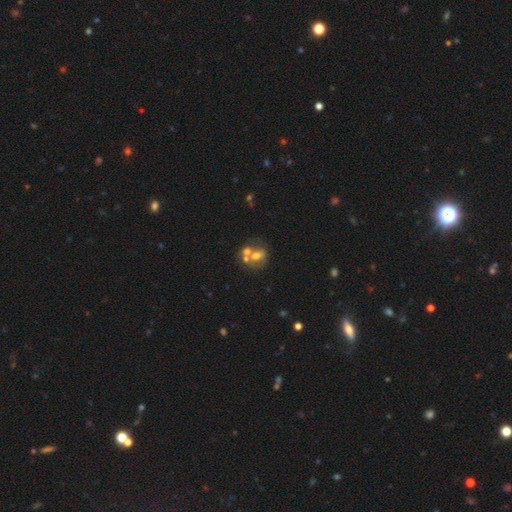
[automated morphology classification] Smooth or featured? smooth (51%)
How rounded? round (54%)
Merging? merger (49%)